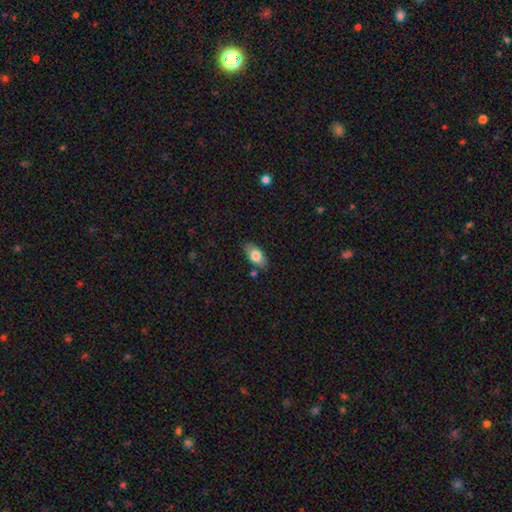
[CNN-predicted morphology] Overall: smooth (77%). How rounded: in between (89%). Merging: none (78%).